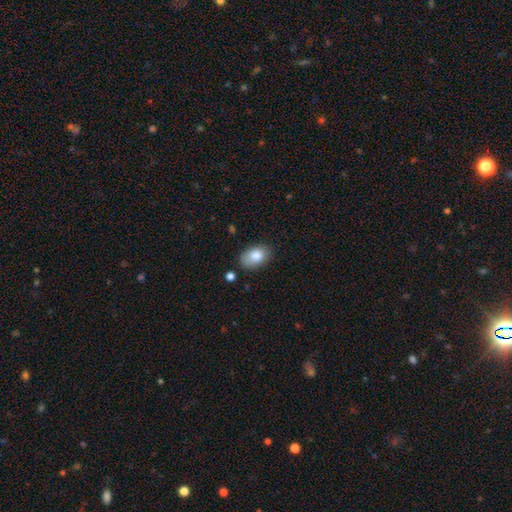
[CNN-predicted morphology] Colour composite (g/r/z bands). It shows a smooth galaxy with no disk features (84%) that is in between round and cigar-shaped (88%). Merging: none (79%).